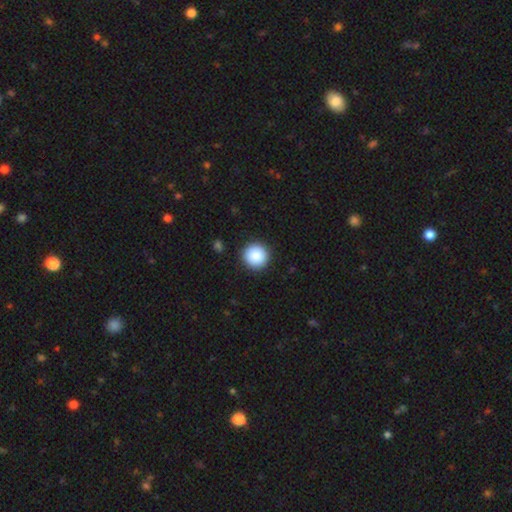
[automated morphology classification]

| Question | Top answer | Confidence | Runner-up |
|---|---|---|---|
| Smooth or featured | smooth | 88% | star or artifact (8%) |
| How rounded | round | 96% | in between (4%) |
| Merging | none | 92% | minor disturbance (5%) |